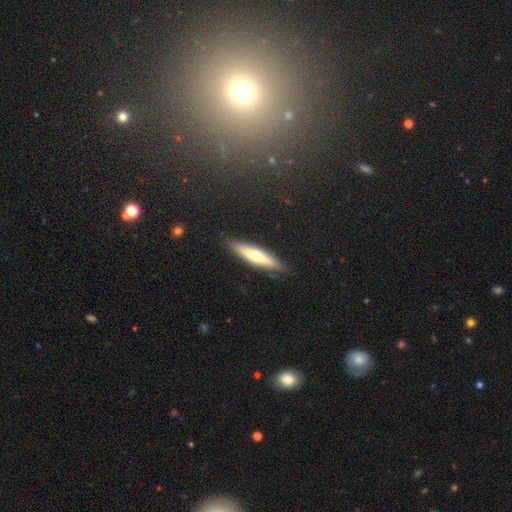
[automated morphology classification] Smooth or featured?
  - smooth: 57% *
  - featured or disk: 37%
  - star or artifact: 6%
How rounded?
  - cigar-shaped: 80% *
  - in between: 18%
  - round: 1%
Merging?
  - none: 88% *
  - minor disturbance: 9%
  - major disturbance: 2%
  - merger: 1%